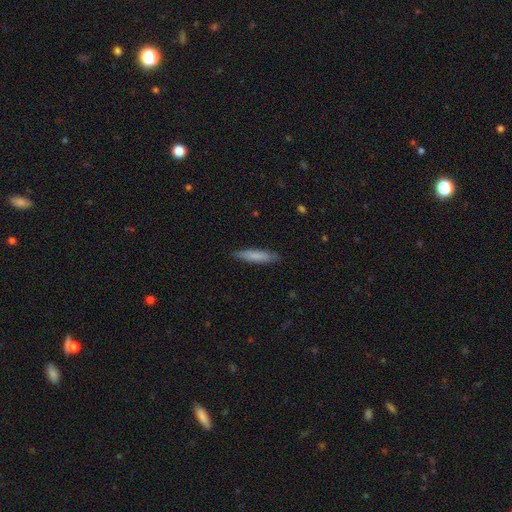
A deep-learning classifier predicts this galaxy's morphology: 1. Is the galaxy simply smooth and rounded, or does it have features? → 80% smooth, 14% featured or disk, 6% star or artifact.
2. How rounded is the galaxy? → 85% cigar-shaped, 14% in between, 1% round.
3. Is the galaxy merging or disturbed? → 87% none, 10% minor disturbance, 2% major disturbance, 1% merger.